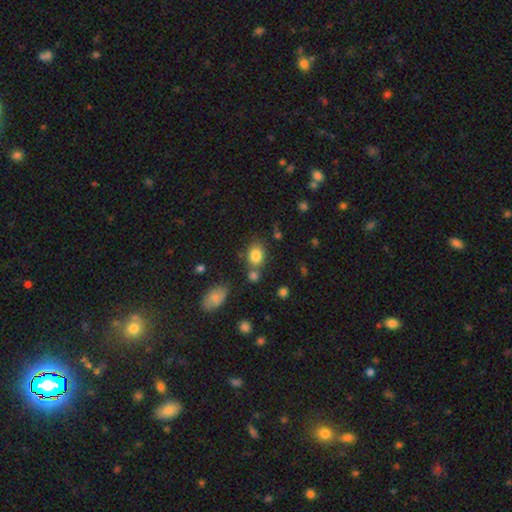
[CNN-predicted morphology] The model was most divided on "how rounded": in between: 60%, round: 39%, cigar-shaped: 1%. More confident: smooth or featured — smooth (82%); merging — none (64%).